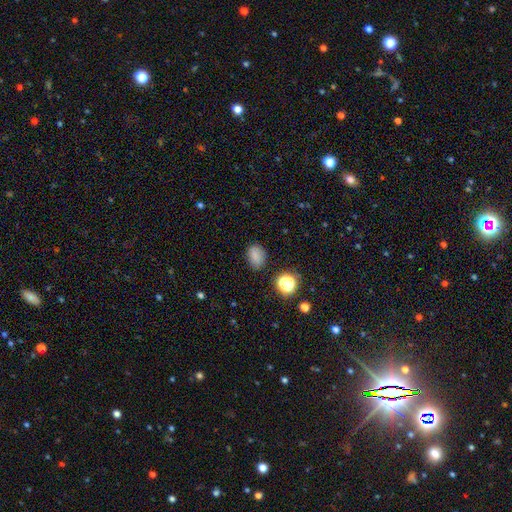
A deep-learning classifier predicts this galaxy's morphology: Smooth or featured: smooth — 79% (star or artifact — 15%)
How rounded: in between — 71% (round — 28%)
Merging: none — 78% (minor disturbance — 16%)